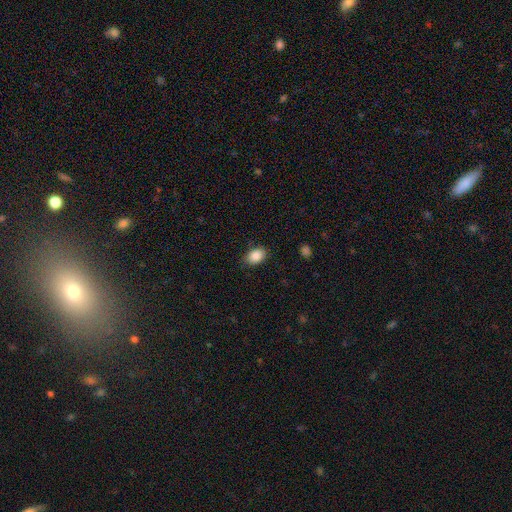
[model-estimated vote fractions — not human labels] This appears to be a smooth galaxy with no disk features (88%) that is in between round and cigar-shaped (79%). Merging: none (83%).